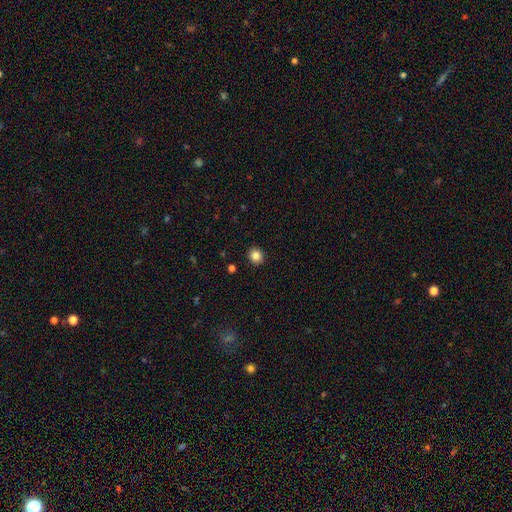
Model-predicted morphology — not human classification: type=smooth (84%); roundness=round (80%); merging=none (92%).